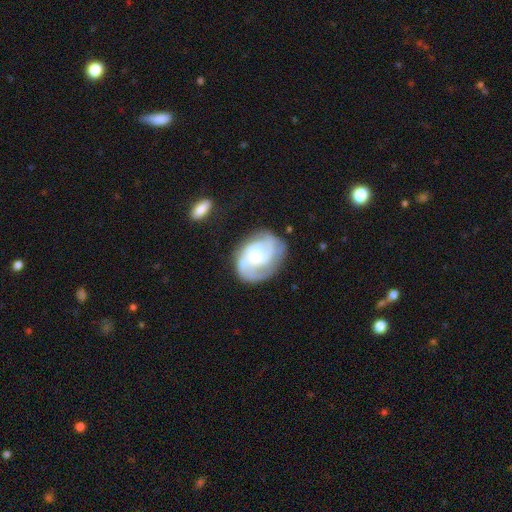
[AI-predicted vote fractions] A featured or disk galaxy (75%) with no bar (62%), 2 (40%) medium (42%) spiral arms (90%) and a small central bulge (39%).

Vote fractions:
- Smooth or featured? featured or disk: 75% / smooth: 18% / star or artifact: 6%
- Edge-on disk? no: 98% / yes: 2%
- Bar? no: 62% / weak: 31% / strong: 7%
- Spiral arms? yes: 90% / no: 10%
- Spiral winding? medium: 42% / tight: 41% / loose: 17%
- Spiral arm count? 2: 40% / can't tell: 24% / 3: 22% / 1: 6% / 4: 5% / more than 4: 3%
- Bulge size? small: 39% / moderate: 33% / large: 13% / none: 12% / dominant: 2%
- Merging? none: 62% / minor disturbance: 22% / major disturbance: 13% / merger: 3%